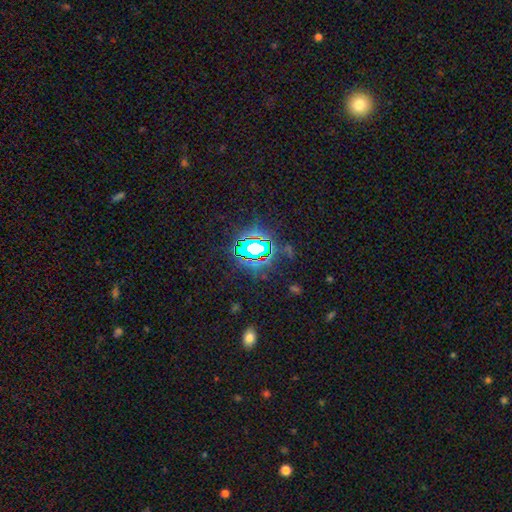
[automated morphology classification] This appears to be a star or artifact, not a galaxy (74%).